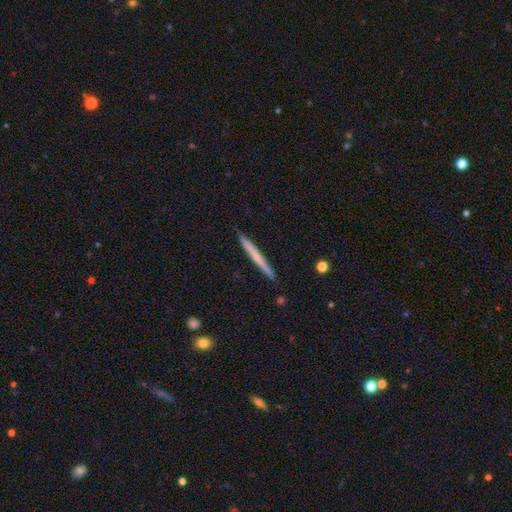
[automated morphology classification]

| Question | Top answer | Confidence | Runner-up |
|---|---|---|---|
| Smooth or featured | smooth | 56% | featured or disk (39%) |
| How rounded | cigar-shaped | 97% | in between (2%) |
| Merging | none | 91% | minor disturbance (6%) |